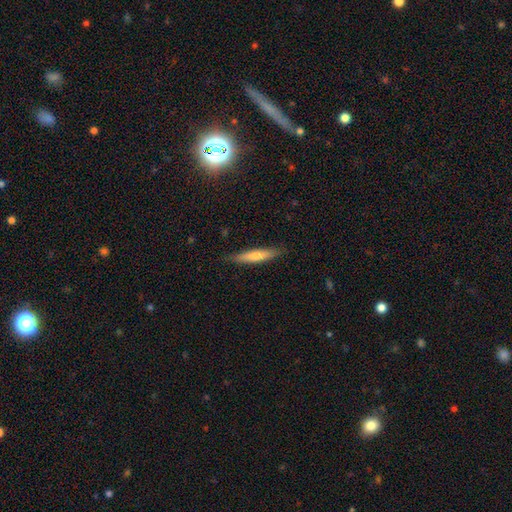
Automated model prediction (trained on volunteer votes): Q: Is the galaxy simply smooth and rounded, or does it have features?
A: smooth — 68%.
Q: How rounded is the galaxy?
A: cigar-shaped — 88%.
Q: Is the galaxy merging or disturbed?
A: none — 85%.